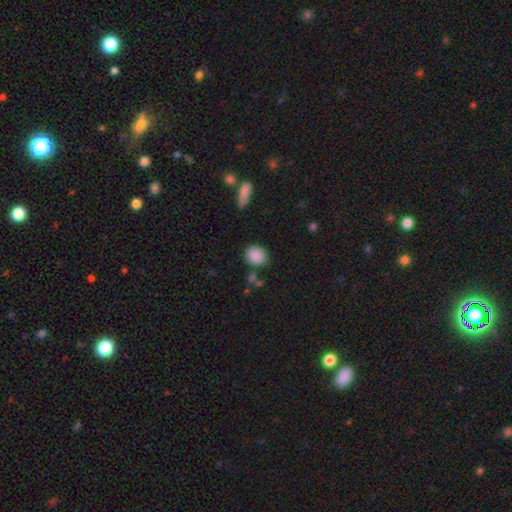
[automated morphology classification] Smooth or featured? smooth (87%)
How rounded? round (71%)
Merging? none (77%)